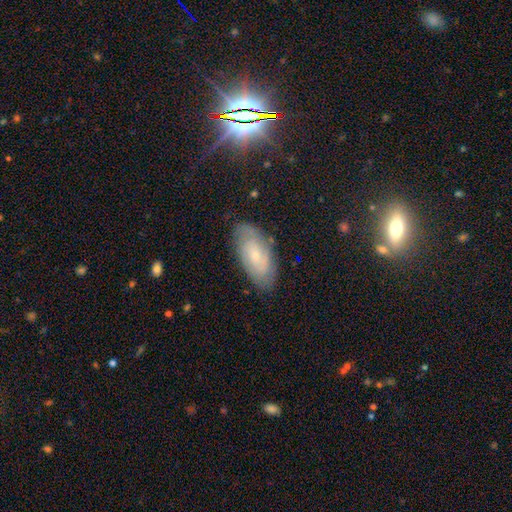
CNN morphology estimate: A featured or disk galaxy (56%) with no bar (71%), spiral arms (82%) and a small central bulge (76%).

Vote fractions:
- Smooth or featured? featured or disk: 56% / smooth: 35% / star or artifact: 9%
- Edge-on disk? no: 91% / yes: 9%
- Bar? no: 71% / weak: 25% / strong: 4%
- Spiral arms? yes: 82% / no: 18%
- Bulge size? small: 76% / moderate: 18% / none: 3% / large: 1% / dominant: 1%
- Merging? none: 79% / minor disturbance: 16% / major disturbance: 4% / merger: 1%